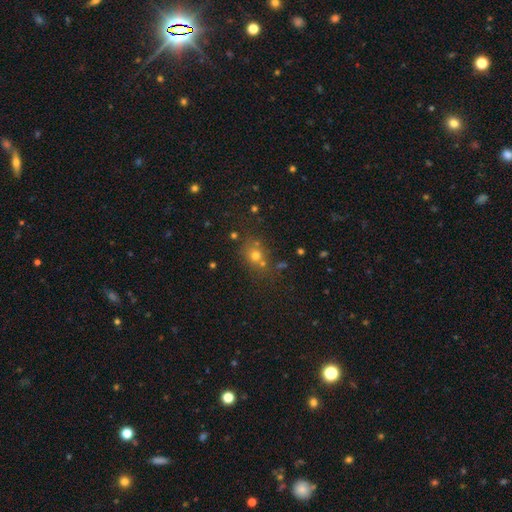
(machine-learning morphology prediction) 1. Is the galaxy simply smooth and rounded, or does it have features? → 61% smooth, 26% star or artifact, 12% featured or disk.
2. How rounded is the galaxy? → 72% round, 27% in between, 1% cigar-shaped.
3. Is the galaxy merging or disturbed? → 64% none, 19% merger, 12% minor disturbance, 5% major disturbance.